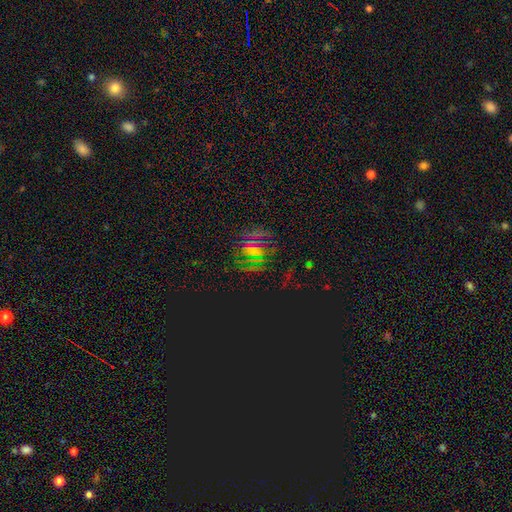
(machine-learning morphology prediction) Overall: star or artifact (60%; smooth 24%).